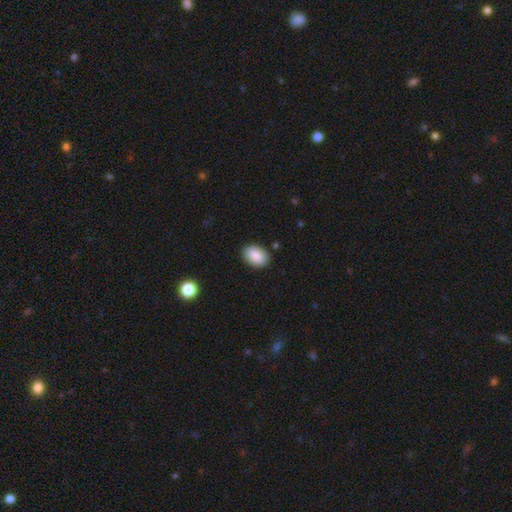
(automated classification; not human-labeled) Smooth or featured?
  - smooth: 87% *
  - star or artifact: 7%
  - featured or disk: 6%
How rounded?
  - in between: 82% *
  - round: 17%
  - cigar-shaped: 1%
Merging?
  - none: 87% *
  - minor disturbance: 9%
  - major disturbance: 2%
  - merger: 1%